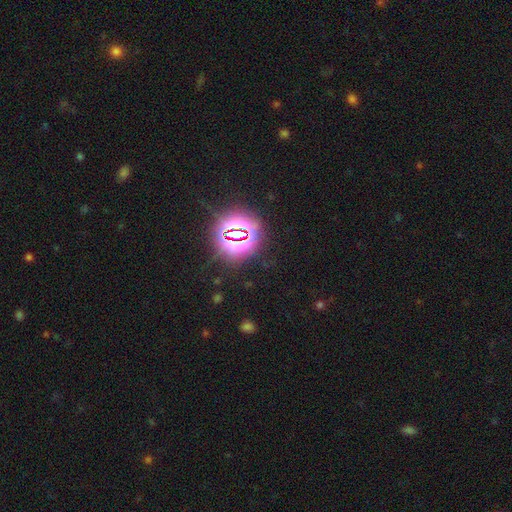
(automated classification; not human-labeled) This appears to be a star or artifact, not a galaxy (83%).